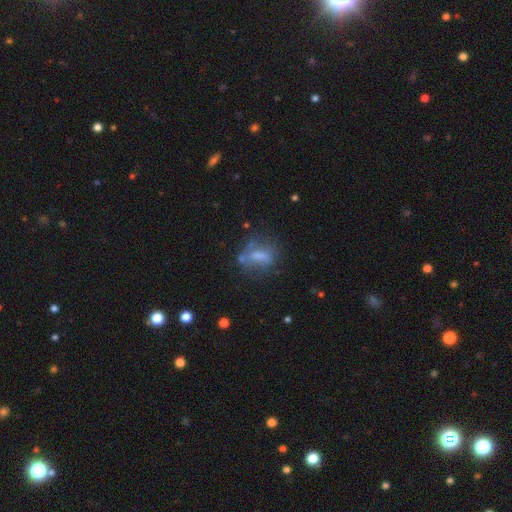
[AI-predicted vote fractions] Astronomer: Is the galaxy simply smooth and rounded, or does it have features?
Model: smooth — 51% (runner-up: featured or disk, 36%).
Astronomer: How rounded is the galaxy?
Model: in between — 64%.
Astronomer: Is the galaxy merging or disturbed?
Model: none — 51%.